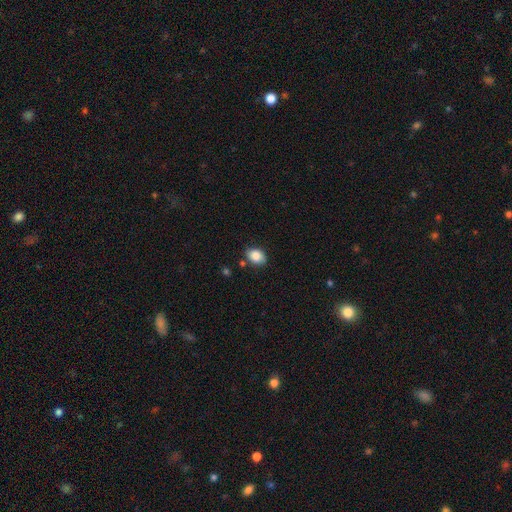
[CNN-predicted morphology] smooth_or_featured: smooth (p=0.86) [alt: star or artifact p=0.08]
how_rounded: in between (p=0.72) [alt: round p=0.27]
merging: none (p=0.78) [alt: minor disturbance p=0.15]